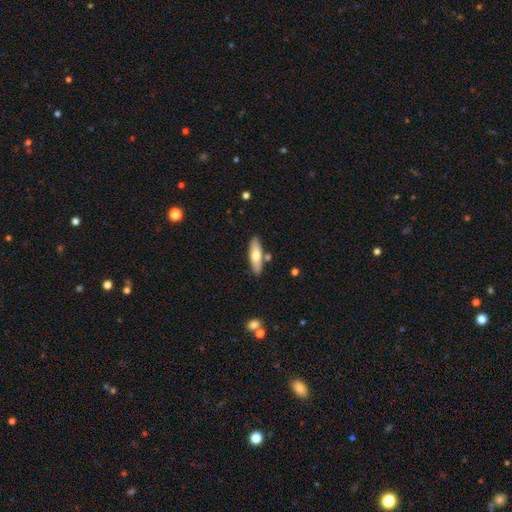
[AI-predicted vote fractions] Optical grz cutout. It shows a smooth galaxy with no disk features (66%) that is cigar-shaped (50%). Merging: none (80%).